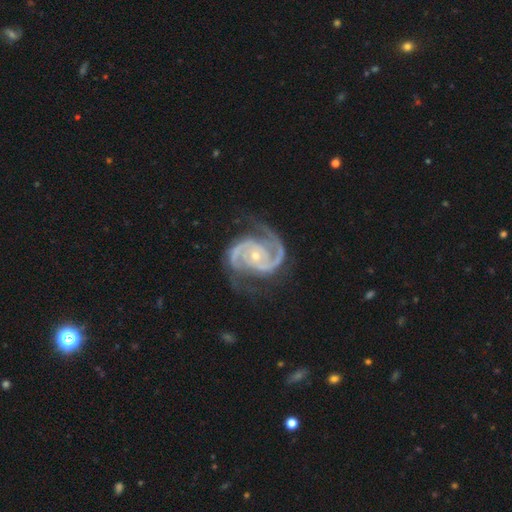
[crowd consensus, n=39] Smooth or featured?
  - featured or disk: 95% *
  - smooth: 5%
  - star or artifact: 0%
Edge-on disk?
  - no: 100% *
  - yes: 0%
Bar?
  - no: 78% *
  - weak: 22%
  - strong: 0%
Spiral arms?
  - yes: 100% *
  - no: 0%
Spiral winding?
  - tight: 49% *
  - medium: 38%
  - loose: 14%
Spiral arm count?
  - 2: 95% *
  - can't tell: 5%
  - 1: 0%
  - 3: 0%
  - 4: 0%
  - more than 4: 0%
Bulge size?
  - small: 59% *
  - moderate: 38%
  - large: 3%
  - dominant: 0%
  - none: 0%
Merging?
  - none: 67% *
  - minor disturbance: 21%
  - major disturbance: 13%
  - merger: 0%